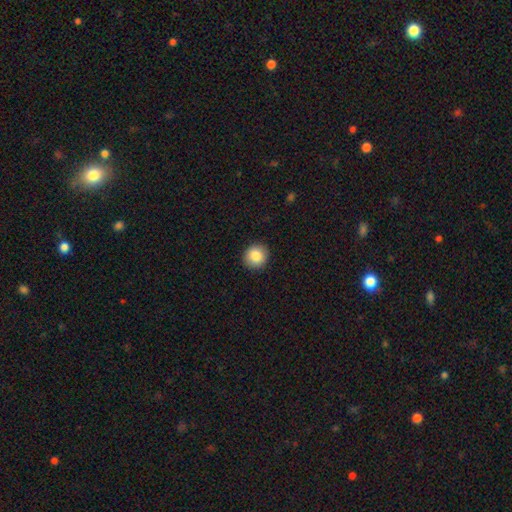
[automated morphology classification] Q: Smooth or featured?
A: smooth (85%); runner-up: star or artifact (9%)
Q: How rounded?
A: round (89%); runner-up: in between (10%)
Q: Merging?
A: none (92%); runner-up: minor disturbance (6%)